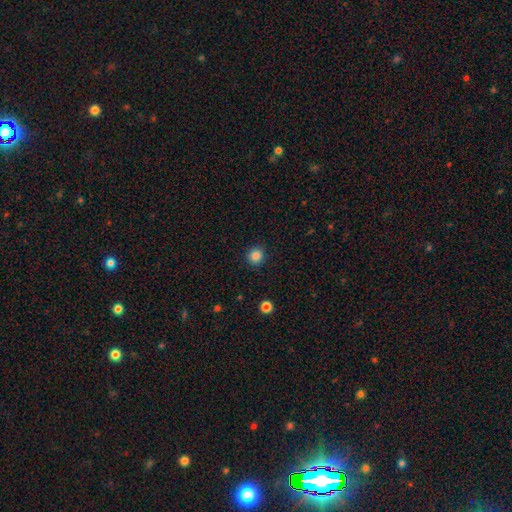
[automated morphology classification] Q: Smooth or featured?
A: smooth (85%); runner-up: star or artifact (11%)
Q: How rounded?
A: round (91%); runner-up: in between (8%)
Q: Merging?
A: none (91%); runner-up: minor disturbance (6%)